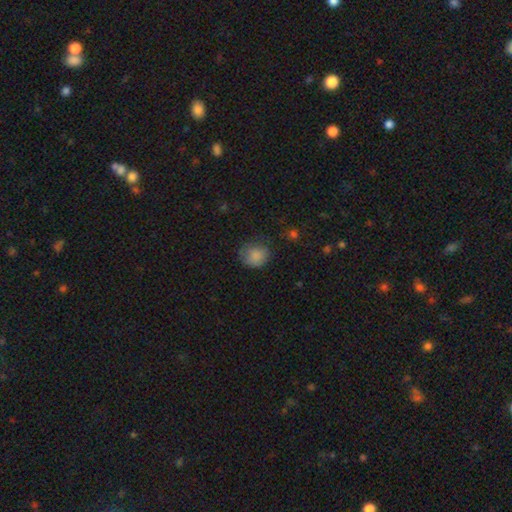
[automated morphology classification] smooth_or_featured: smooth (p=0.83) [alt: star or artifact p=0.09]
how_rounded: round (p=0.74) [alt: in between p=0.25]
merging: none (p=0.65) [alt: minor disturbance p=0.25]